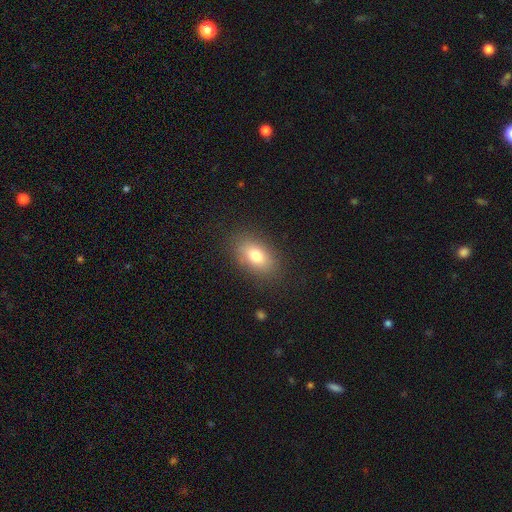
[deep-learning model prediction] Smooth or featured?
  - smooth: 76% *
  - featured or disk: 14%
  - star or artifact: 10%
How rounded?
  - in between: 86% *
  - round: 12%
  - cigar-shaped: 3%
Merging?
  - none: 84% *
  - minor disturbance: 11%
  - major disturbance: 4%
  - merger: 1%